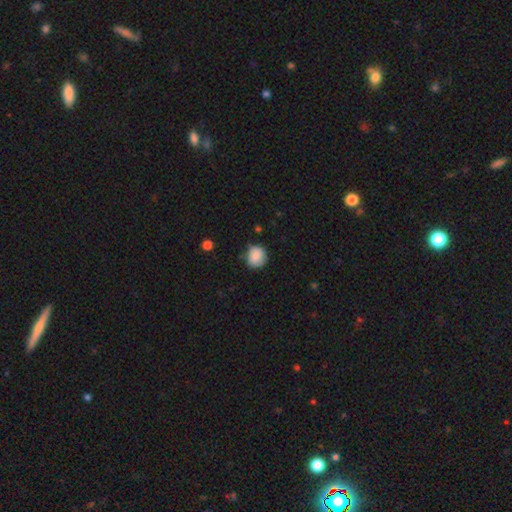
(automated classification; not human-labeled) This appears to be a smooth galaxy with no disk features (84%) that is round (85%). Merging: none (73%).